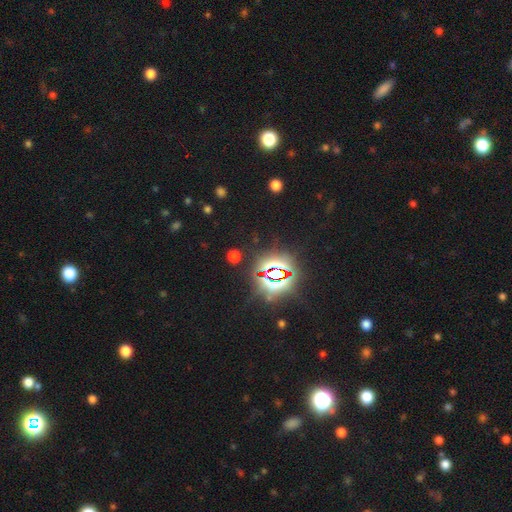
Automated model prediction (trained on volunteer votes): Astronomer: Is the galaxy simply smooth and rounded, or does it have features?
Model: star or artifact — 83%.